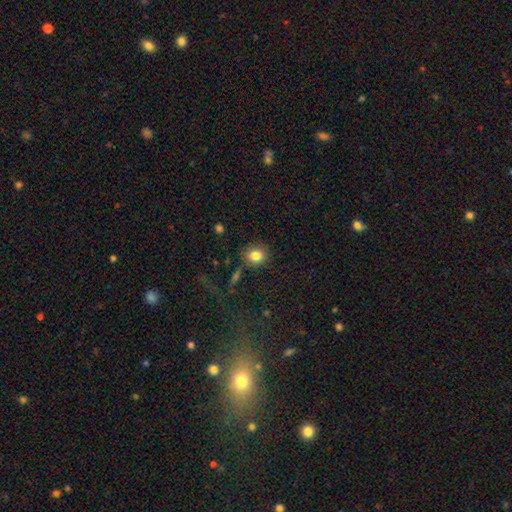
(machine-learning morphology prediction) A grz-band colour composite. It shows a smooth galaxy with no disk features (83%) that is round (83%). Merging: none (81%).